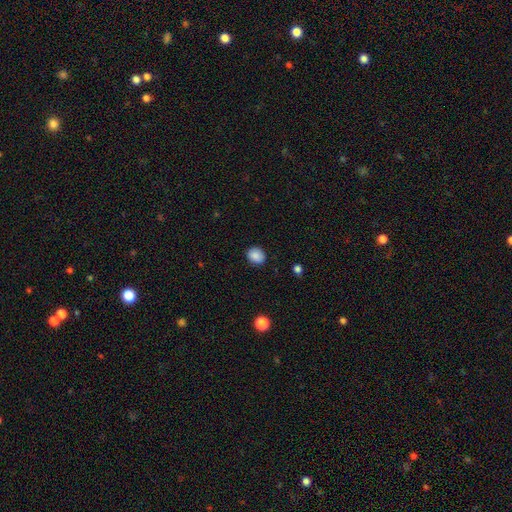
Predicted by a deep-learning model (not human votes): Smooth or featured? Predicted: smooth (p=0.87). How rounded? Predicted: round (p=0.59). Merging? Predicted: none (p=0.86).